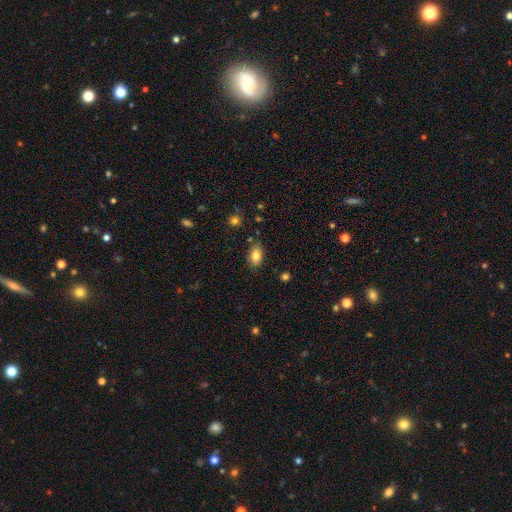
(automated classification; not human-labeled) Smooth or featured?
  - smooth: 81% *
  - featured or disk: 11%
  - star or artifact: 9%
How rounded?
  - in between: 88% *
  - round: 10%
  - cigar-shaped: 2%
Merging?
  - none: 81% *
  - minor disturbance: 14%
  - major disturbance: 3%
  - merger: 2%